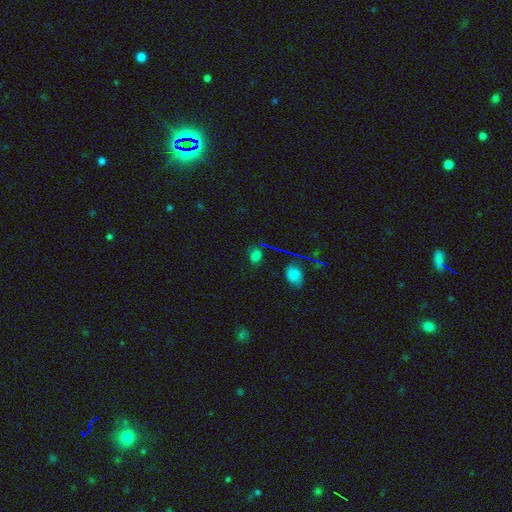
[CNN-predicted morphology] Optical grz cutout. It shows a smooth galaxy with no disk features (59%) that is in between round and cigar-shaped (59%). Merging: none (69%).